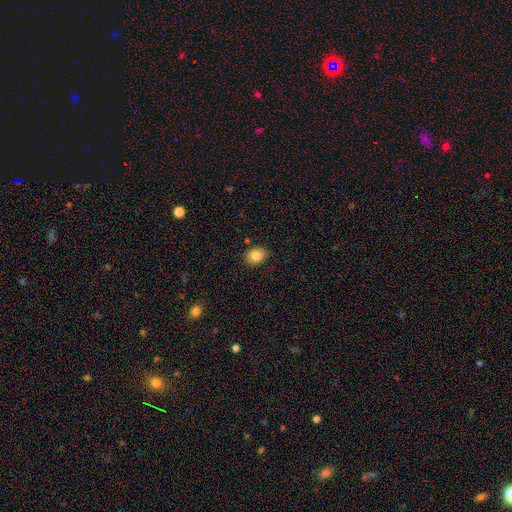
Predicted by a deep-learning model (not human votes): A smooth galaxy with no disk features (85%) that is round (51%).

Vote fractions:
- Smooth or featured? smooth: 85% / star or artifact: 9% / featured or disk: 7%
- How rounded? round: 51% / in between: 48% / cigar-shaped: 1%
- Merging? none: 87% / minor disturbance: 9% / major disturbance: 2% / merger: 2%